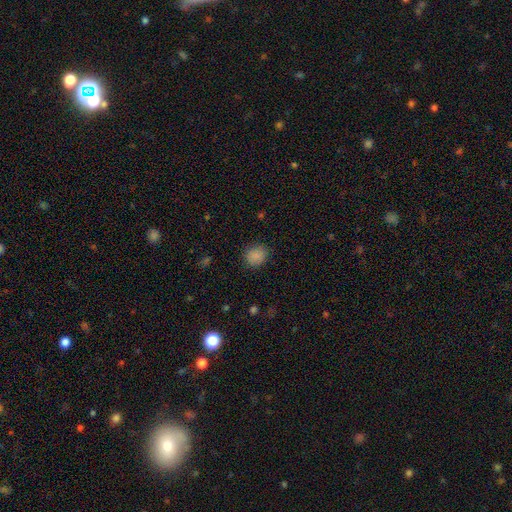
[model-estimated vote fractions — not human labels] This is clearly a smooth galaxy (86%). How rounded: likely round (71%). Merging: clearly none (85%).